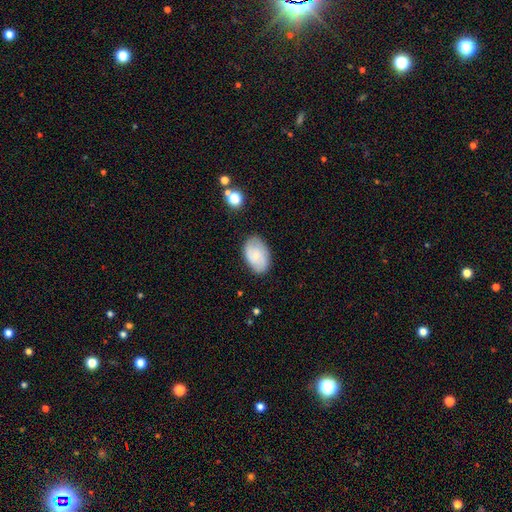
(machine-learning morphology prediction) Smooth or featured: smooth — 60% (featured or disk — 32%)
How rounded: in between — 89% (round — 10%)
Merging: none — 79% (minor disturbance — 16%)